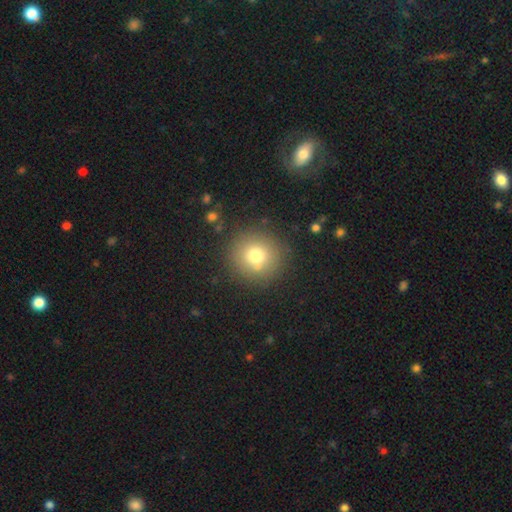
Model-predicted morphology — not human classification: Smooth or featured? smooth (73%)
How rounded? round (94%)
Merging? none (82%)